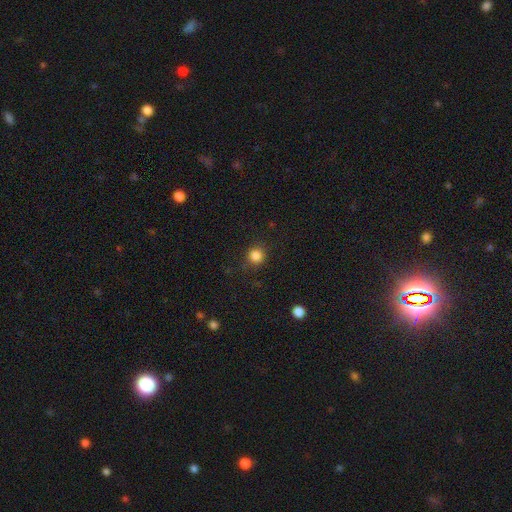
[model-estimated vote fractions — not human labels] smooth 84%, star or artifact 12%, featured or disk 4%. Down the decision tree: how rounded — round (91%); merging — none (88%).